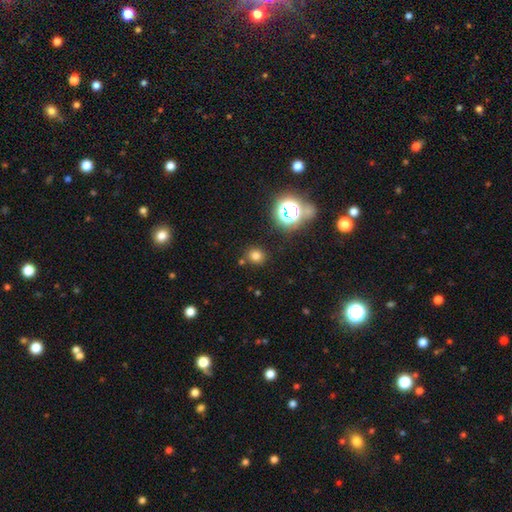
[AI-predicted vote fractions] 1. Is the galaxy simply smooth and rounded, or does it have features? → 73% smooth, 21% star or artifact, 6% featured or disk.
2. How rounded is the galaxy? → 84% round, 15% in between, 1% cigar-shaped.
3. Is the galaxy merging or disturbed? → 83% none, 8% minor disturbance, 6% merger, 3% major disturbance.